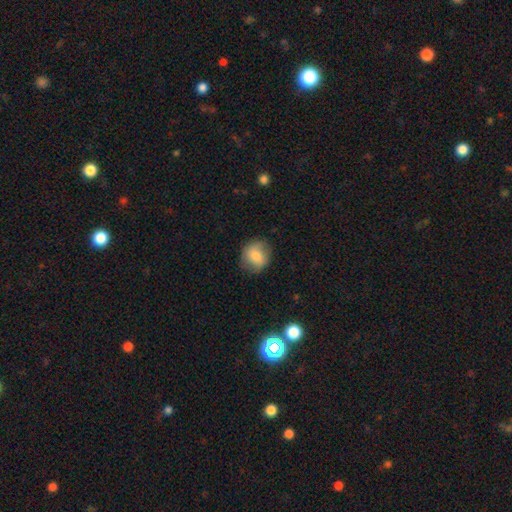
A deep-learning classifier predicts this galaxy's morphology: Overall: smooth (76%). How rounded: round (77%). Merging: none (80%).